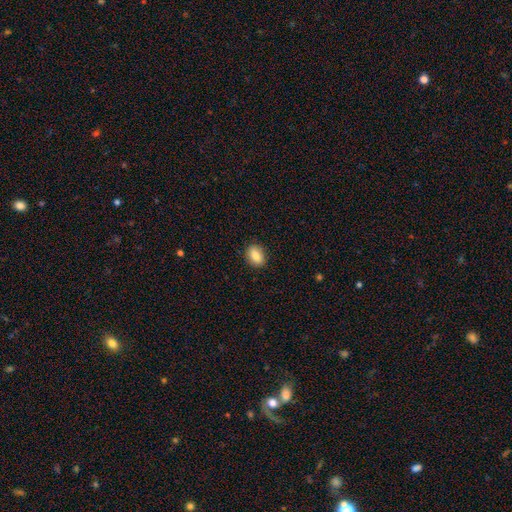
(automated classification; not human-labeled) The model was most divided on "how rounded": in between: 73%, round: 24%, cigar-shaped: 2%. More confident: merging — none (88%); smooth or featured — smooth (85%).